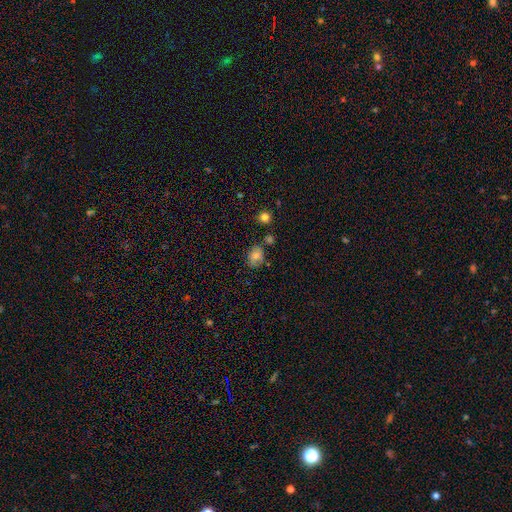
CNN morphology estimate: A smooth galaxy with no disk features (70%) that is in between round and cigar-shaped (64%). Merging: none (70%).